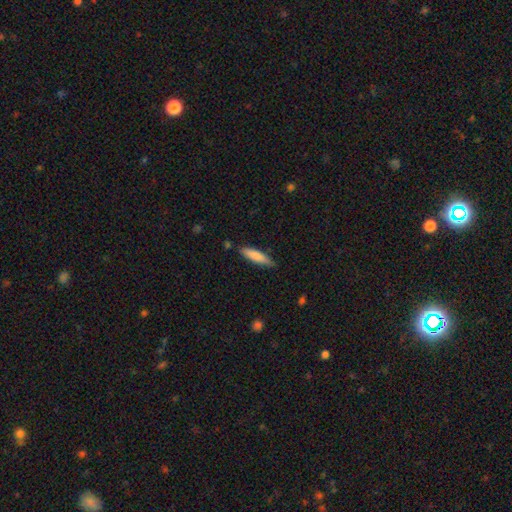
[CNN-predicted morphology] smooth 81%, featured or disk 13%, star or artifact 6%. Down the decision tree: how rounded — cigar-shaped (74%); merging — none (79%).